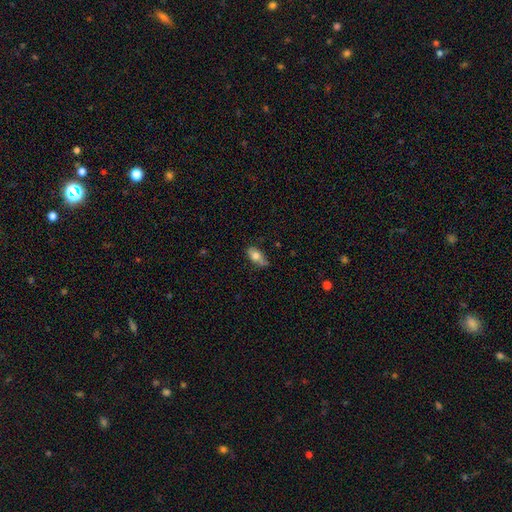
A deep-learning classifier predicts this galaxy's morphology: Overall: smooth (69%). How rounded: in between (86%). Merging: none (65%; minor disturbance 26%).